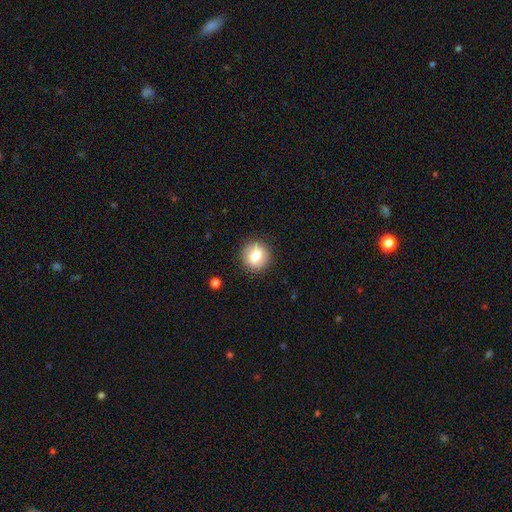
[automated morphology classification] smooth_or_featured: smooth (p=0.76) [alt: featured or disk p=0.15]
how_rounded: round (p=0.86) [alt: in between p=0.13]
merging: none (p=0.90) [alt: minor disturbance p=0.07]